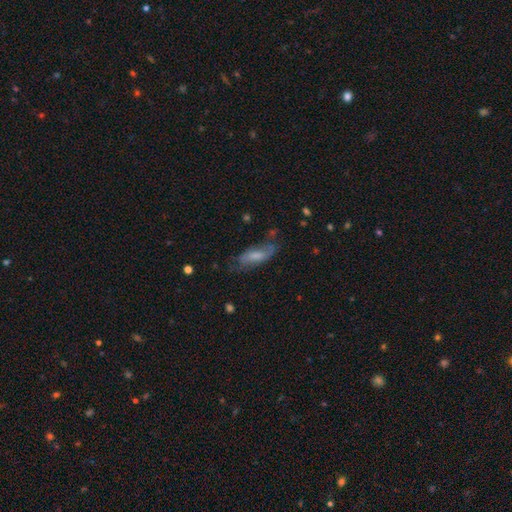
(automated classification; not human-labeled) Smooth or featured?
  - smooth: 54% *
  - featured or disk: 38%
  - star or artifact: 8%
How rounded?
  - in between: 66% *
  - cigar-shaped: 31%
  - round: 2%
Merging?
  - none: 53% *
  - minor disturbance: 29%
  - major disturbance: 16%
  - merger: 3%